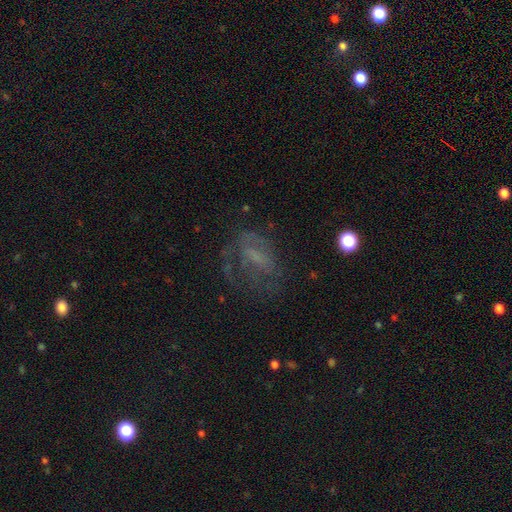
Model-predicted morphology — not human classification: A featured or disk galaxy (51%).

Vote fractions:
- Smooth or featured? featured or disk: 51% / smooth: 30% / star or artifact: 19%
- Edge-on disk? no: 94% / yes: 6%
- Merging? none: 47% / major disturbance: 31% / minor disturbance: 20% / merger: 2%